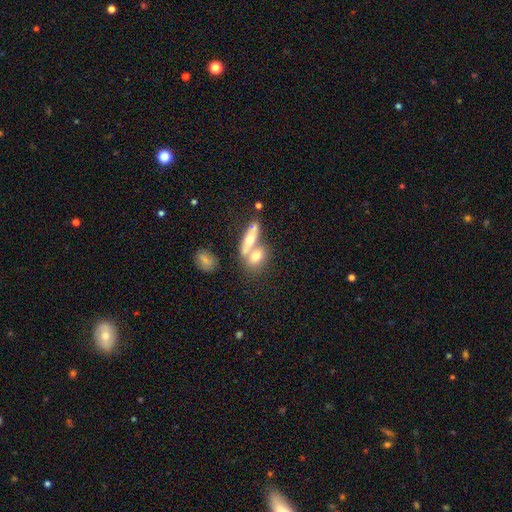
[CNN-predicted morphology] Smooth or featured: smooth — 64% (featured or disk — 28%)
How rounded: in between — 65% (cigar-shaped — 20%)
Merging: merger — 54% (none — 34%)